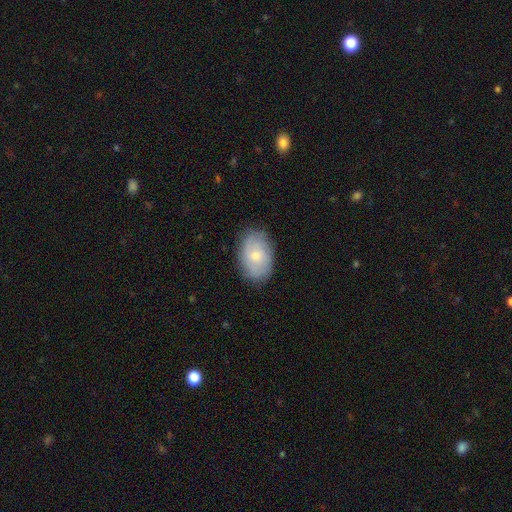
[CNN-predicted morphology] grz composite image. It shows a smooth galaxy with no disk features (54%) that is in between round and cigar-shaped (86%). Merging: none (80%).